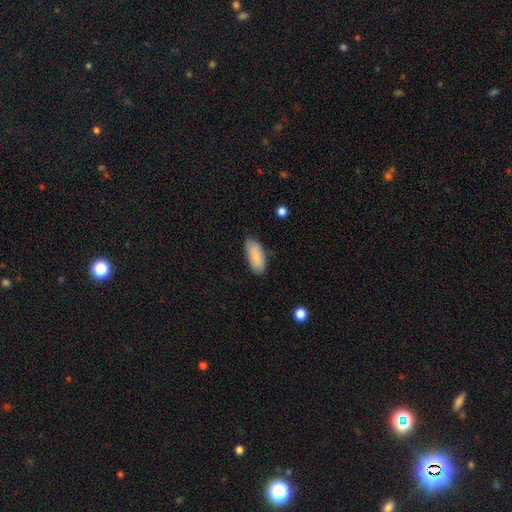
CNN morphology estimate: Smooth or featured? Predicted: smooth (p=0.88). How rounded? Predicted: in between (p=0.85). Merging? Predicted: none (p=0.80).